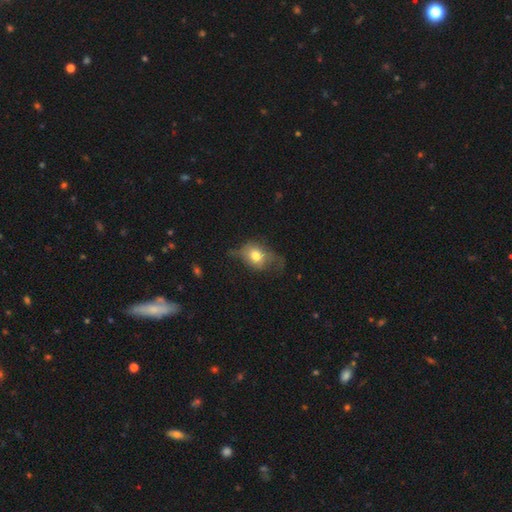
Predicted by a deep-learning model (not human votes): A smooth galaxy with no disk features (67%) that is in between round and cigar-shaped (58%). Merging: none (34%, tied with minor disturbance).